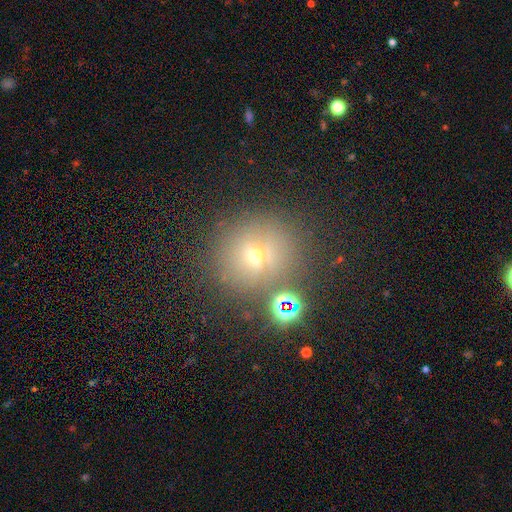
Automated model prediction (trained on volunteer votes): A smooth galaxy with no disk features (51%) that is round (87%).

Vote fractions:
- Smooth or featured? smooth: 51% / star or artifact: 33% / featured or disk: 16%
- How rounded? round: 87% / in between: 12% / cigar-shaped: 1%
- Merging? none: 76% / minor disturbance: 11% / merger: 8% / major disturbance: 5%